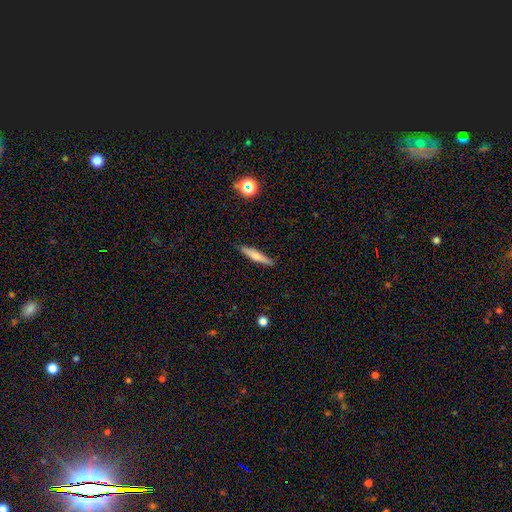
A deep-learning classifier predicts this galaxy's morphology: Overall: smooth (61%; featured or disk 32%). How rounded: cigar-shaped (91%). Merging: none (88%).